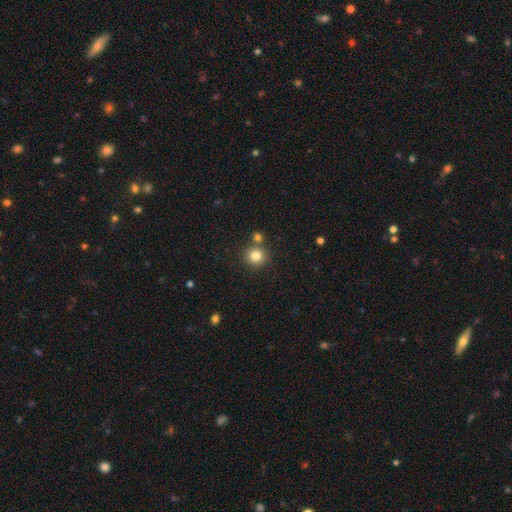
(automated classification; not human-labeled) The model was most divided on "merging": none: 77%, merger: 14%, minor disturbance: 7%, major disturbance: 2%. More confident: how rounded — round (92%); smooth or featured — smooth (83%).